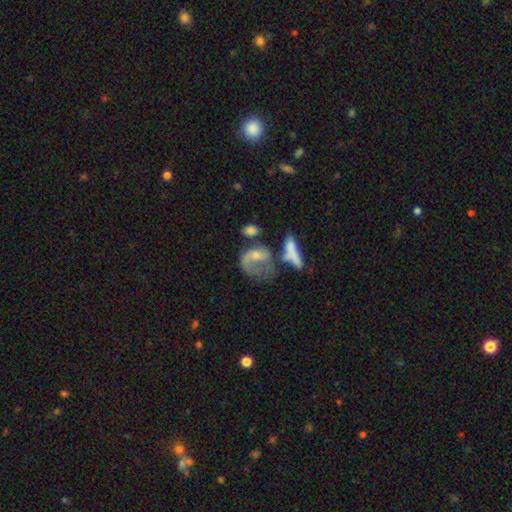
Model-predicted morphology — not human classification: Smooth or featured? Predicted: featured or disk (p=0.50). Edge-on disk? Predicted: no (p=0.94). Merging? Predicted: major disturbance (p=0.35).